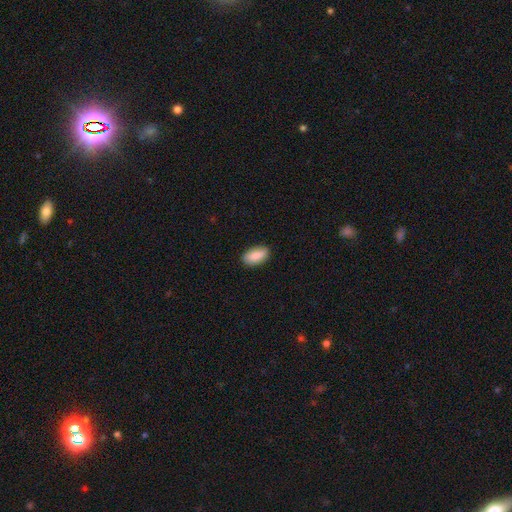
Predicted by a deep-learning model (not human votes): A smooth galaxy with no disk features (87%) that is in between round and cigar-shaped (92%).

Vote fractions:
- Smooth or featured? smooth: 87% / featured or disk: 7% / star or artifact: 6%
- How rounded? in between: 92% / cigar-shaped: 4% / round: 3%
- Merging? none: 87% / minor disturbance: 10% / major disturbance: 2% / merger: 1%